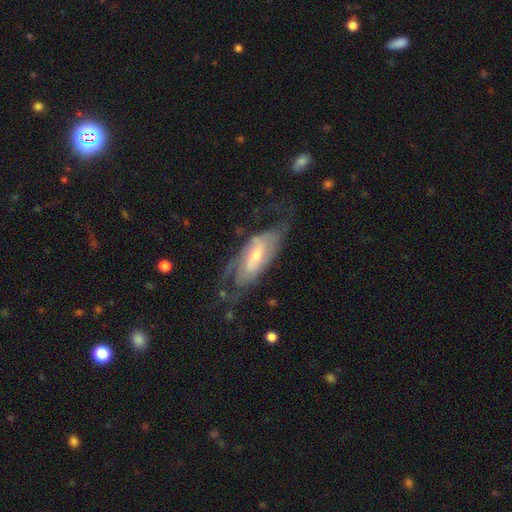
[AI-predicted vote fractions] A featured or disk galaxy (75%) with a weak bar (43%), 2 (59%) medium (43%) spiral arms (87%) and a moderate central bulge (45%).

Vote fractions:
- Smooth or featured? featured or disk: 75% / smooth: 19% / star or artifact: 6%
- Edge-on disk? no: 88% / yes: 12%
- Bar? weak: 43% / no: 37% / strong: 20%
- Spiral arms? yes: 87% / no: 13%
- Spiral winding? medium: 43% / loose: 29% / tight: 28%
- Spiral arm count? 2: 59% / can't tell: 25% / 3: 6% / 1: 5% / 4: 3% / more than 4: 2%
- Bulge size? moderate: 45% / small: 44% / large: 7% / none: 3% / dominant: 1%
- Merging? none: 54% / major disturbance: 24% / minor disturbance: 21% / merger: 2%